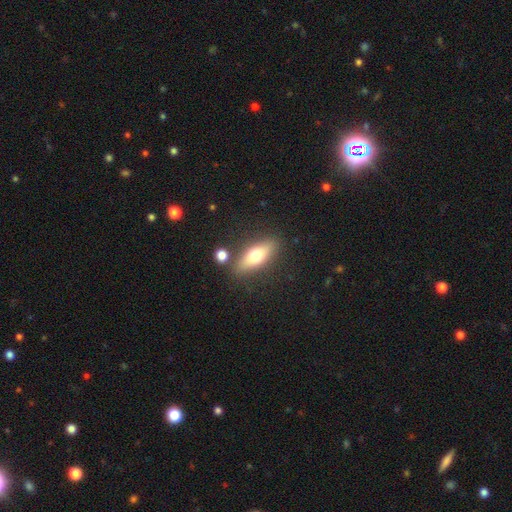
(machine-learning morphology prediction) A smooth galaxy with no disk features (65%) that is in between round and cigar-shaped (61%). Merging: none (81%).